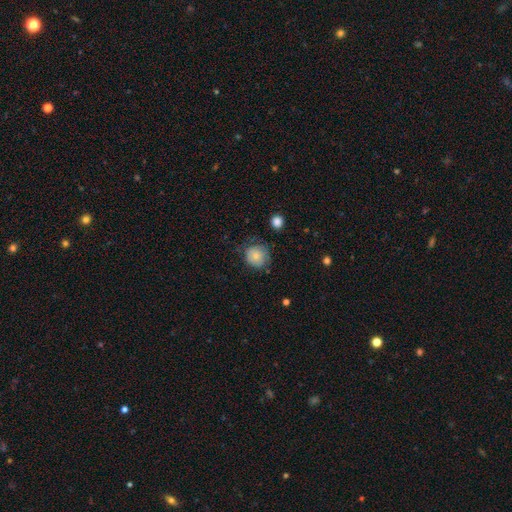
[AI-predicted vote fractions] A smooth galaxy with no disk features (77%) that is round (89%).

Vote fractions:
- Smooth or featured? smooth: 77% / featured or disk: 14% / star or artifact: 9%
- How rounded? round: 89% / in between: 10% / cigar-shaped: 1%
- Merging? none: 65% / minor disturbance: 25% / major disturbance: 8% / merger: 2%